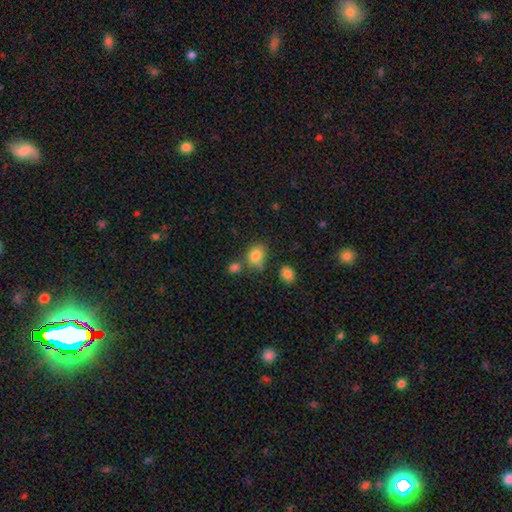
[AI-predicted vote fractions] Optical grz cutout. It shows a smooth galaxy with no disk features (81%) that is in between round and cigar-shaped (55%). Merging: none (59%).